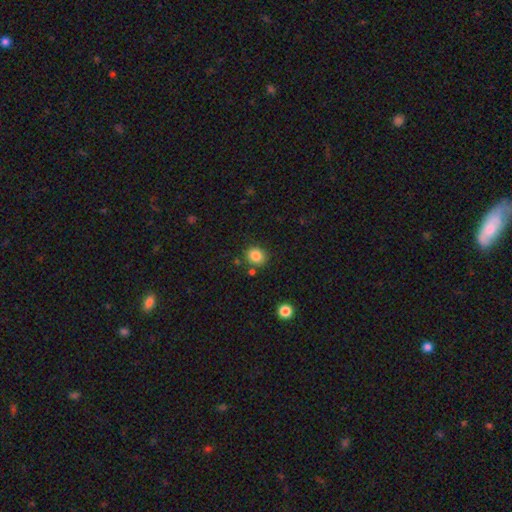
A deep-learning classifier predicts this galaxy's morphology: A smooth galaxy with no disk features (84%) that is round (70%).

Vote fractions:
- Smooth or featured? smooth: 84% / star or artifact: 11% / featured or disk: 5%
- How rounded? round: 70% / in between: 30% / cigar-shaped: 1%
- Merging? none: 82% / minor disturbance: 10% / merger: 5% / major disturbance: 3%